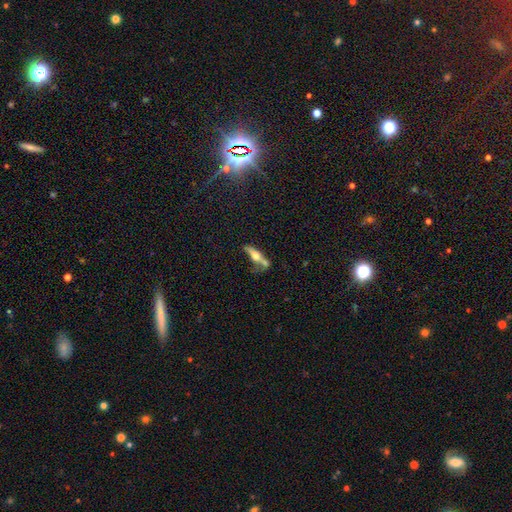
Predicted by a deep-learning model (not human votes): A featured or disk galaxy (49%).

Vote fractions:
- Smooth or featured? featured or disk: 49% / smooth: 42% / star or artifact: 8%
- Merging? none: 38% / merger: 31% / minor disturbance: 19% / major disturbance: 13%